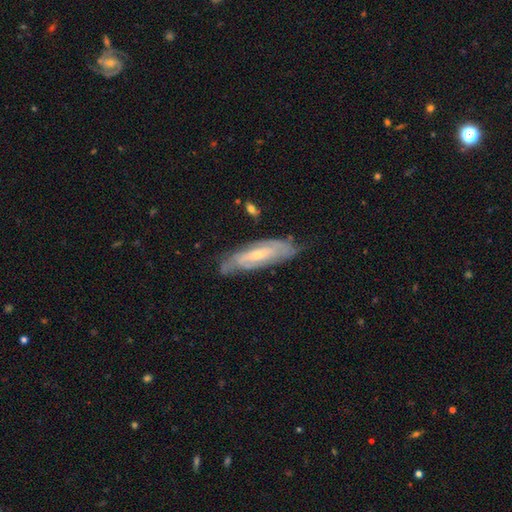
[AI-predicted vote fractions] Overall: featured or disk (71%). Edge-on disk: no (75%). Bar: no (43%; weak 41%). Spiral arms: yes (83%). Bulge size: small (57%; moderate 38%). Merging: none (69%).